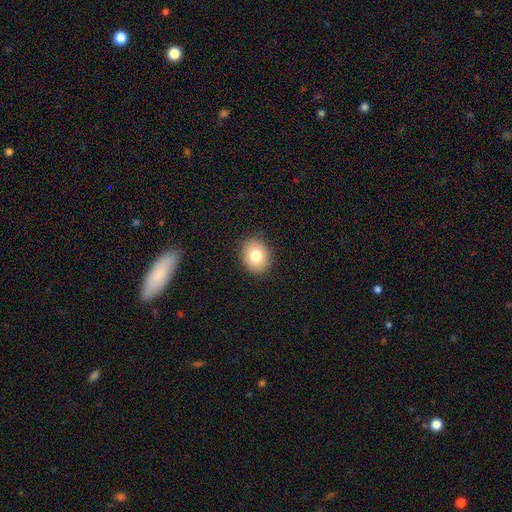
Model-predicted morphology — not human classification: Smooth or featured? Predicted: smooth (p=0.80). How rounded? Predicted: round (p=0.56). Merging? Predicted: none (p=0.87).